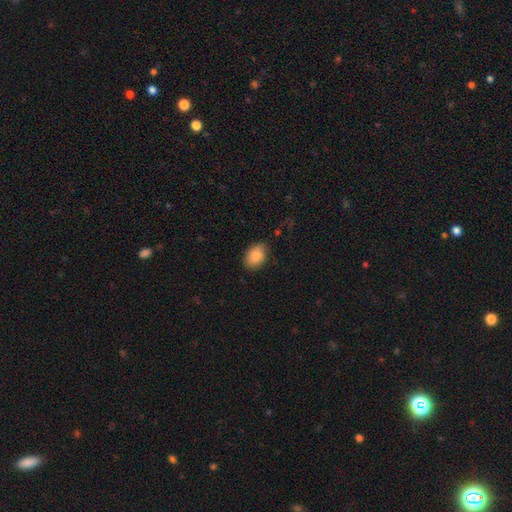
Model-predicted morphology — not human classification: A smooth galaxy with no disk features (85%) that is in between round and cigar-shaped (80%).

Vote fractions:
- Smooth or featured? smooth: 85% / featured or disk: 8% / star or artifact: 7%
- How rounded? in between: 80% / round: 19% / cigar-shaped: 1%
- Merging? none: 73% / minor disturbance: 21% / major disturbance: 4% / merger: 1%